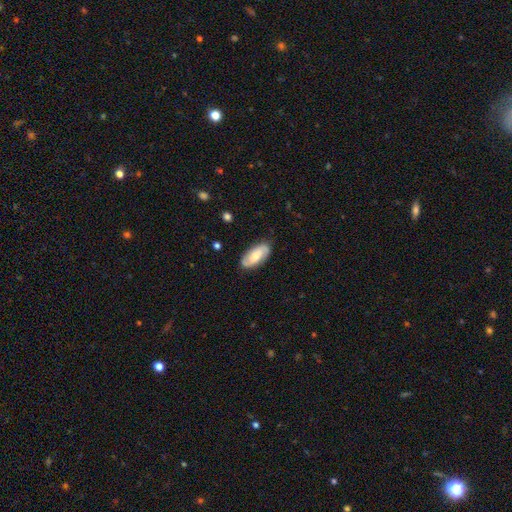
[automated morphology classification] Smooth or featured?
  - featured or disk: 56% *
  - smooth: 38%
  - star or artifact: 6%
Edge-on disk?
  - no: 93% *
  - yes: 7%
Bar?
  - no: 53% *
  - weak: 36%
  - strong: 11%
Spiral arms?
  - yes: 88% *
  - no: 12%
Bulge size?
  - moderate: 52% *
  - small: 34%
  - large: 8%
  - none: 5%
  - dominant: 2%
Merging?
  - none: 84% *
  - minor disturbance: 12%
  - major disturbance: 3%
  - merger: 1%